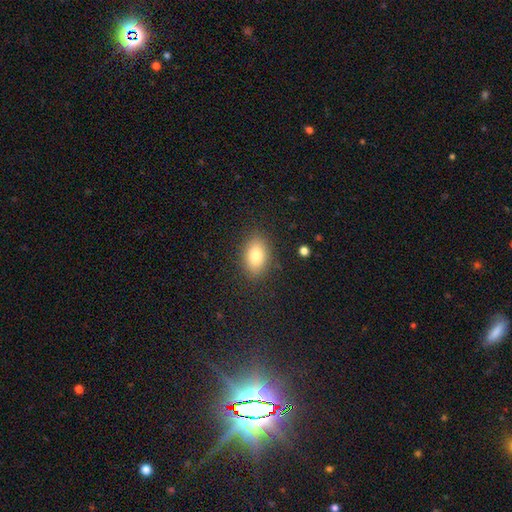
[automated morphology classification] smooth 80%, featured or disk 11%, star or artifact 9%. Down the decision tree: how rounded — in between (87%); merging — none (86%).